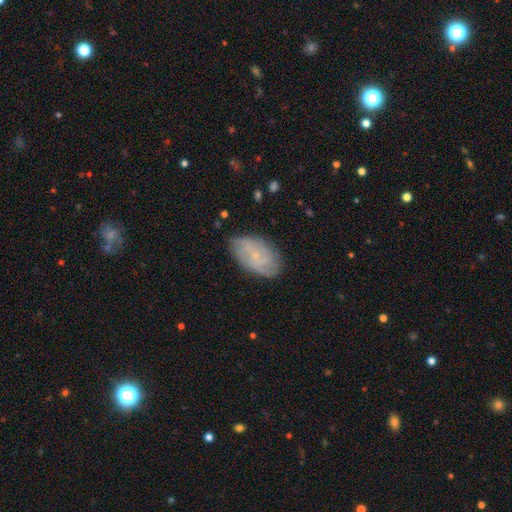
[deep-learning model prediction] smooth-or-featured: featured or disk: 68% | smooth: 24% | star or artifact: 8%
  disk-edge-on: no: 96% | yes: 4%
    bar: no: 70% | weak: 27% | strong: 4%
    has-spiral-arms: yes: 89% | no: 11%
      spiral-winding: tight: 50% | medium: 36% | loose: 14%
      spiral-arm-count: can't tell: 41% | 2: 22% | 3: 15% | 4: 11% | more than 4: 5% | 1: 5%
    bulge-size: small: 78% | moderate: 13% | none: 7% | large: 1% | dominant: 1%
  merging: none: 77% | minor disturbance: 17% | major disturbance: 4% | merger: 1%